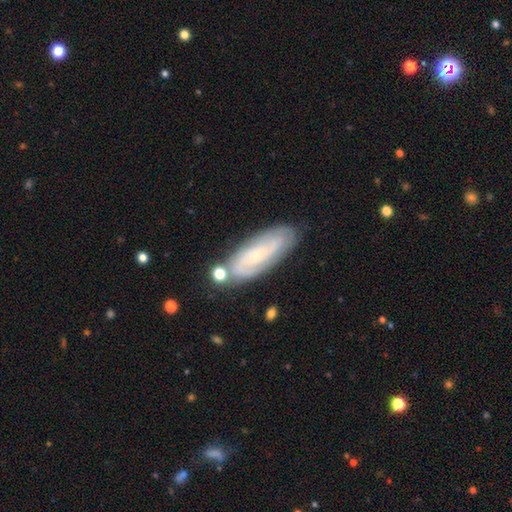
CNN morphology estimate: A featured or disk galaxy (57%).

Vote fractions:
- Smooth or featured? featured or disk: 57% / smooth: 35% / star or artifact: 8%
- Edge-on disk? no: 86% / yes: 14%
- Merging? none: 75% / minor disturbance: 15% / merger: 6% / major disturbance: 4%